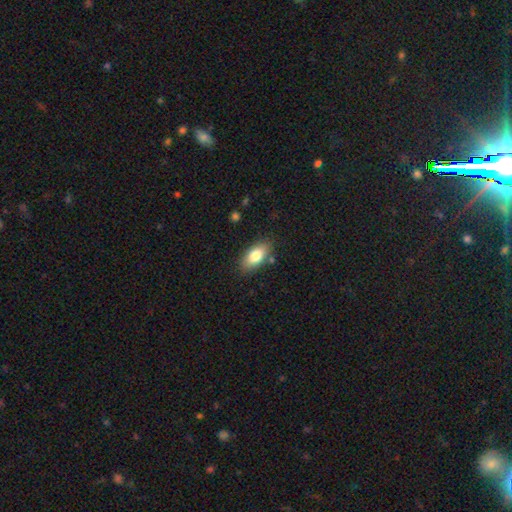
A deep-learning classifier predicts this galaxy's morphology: smooth-or-featured: smooth: 80% | featured or disk: 13% | star or artifact: 7%
  how-rounded: in between: 90% | cigar-shaped: 6% | round: 4%
  merging: none: 83% | minor disturbance: 12% | major disturbance: 3% | merger: 3%